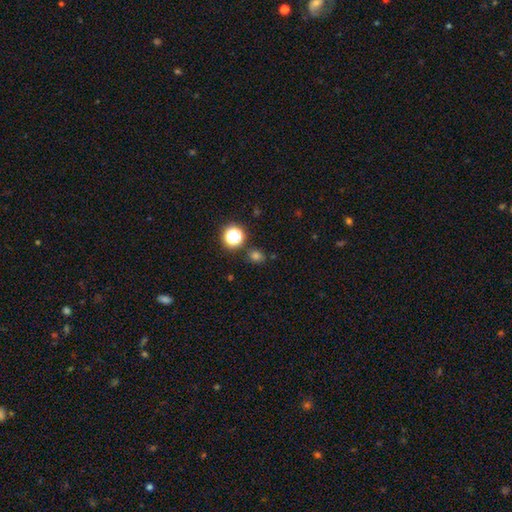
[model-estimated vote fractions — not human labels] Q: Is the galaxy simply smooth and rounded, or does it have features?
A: smooth — 63%.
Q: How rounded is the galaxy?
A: round — 82%.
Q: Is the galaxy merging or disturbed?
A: none — 82%.